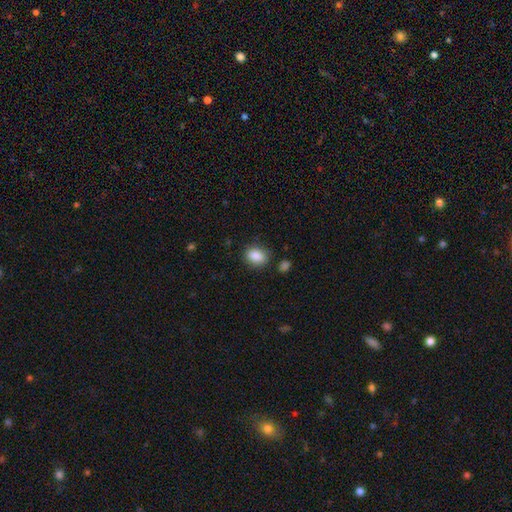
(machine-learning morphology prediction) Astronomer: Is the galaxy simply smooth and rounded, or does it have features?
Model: smooth — 88%.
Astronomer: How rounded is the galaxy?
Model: in between — 66%.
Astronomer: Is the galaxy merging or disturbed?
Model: none — 82%.